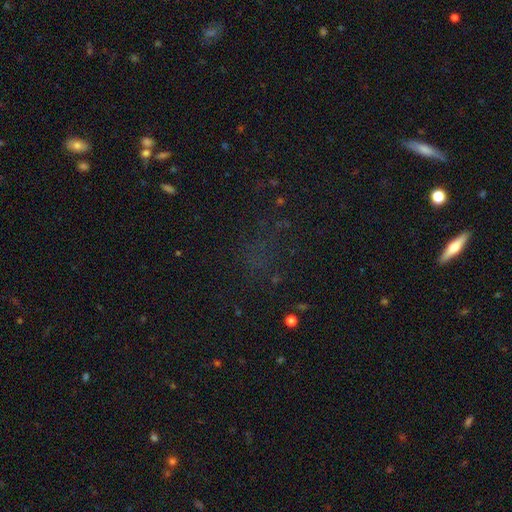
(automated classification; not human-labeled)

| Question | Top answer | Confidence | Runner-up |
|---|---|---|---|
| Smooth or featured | star or artifact | 57% | smooth (28%) |